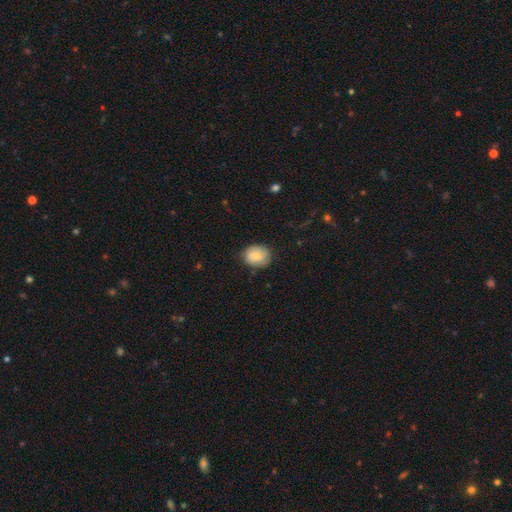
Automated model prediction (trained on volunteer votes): Smooth or featured? smooth (79%)
How rounded? round (50%, tied with in between)
Merging? none (77%)